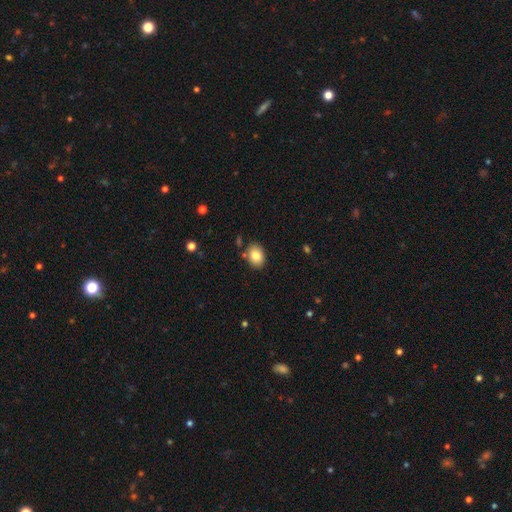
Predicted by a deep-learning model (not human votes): The model was most divided on "how rounded": in between: 69%, round: 30%, cigar-shaped: 1%. More confident: smooth or featured — smooth (84%); merging — none (82%).